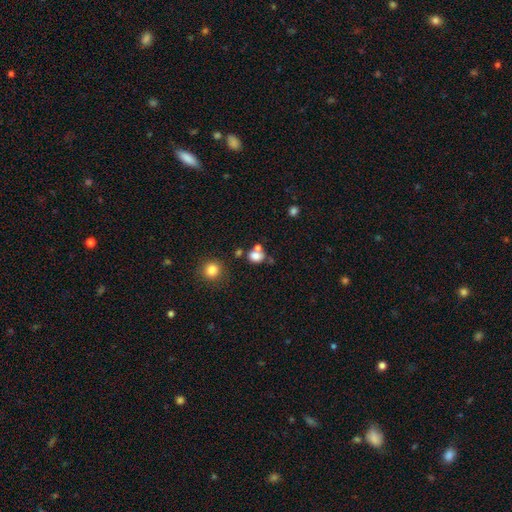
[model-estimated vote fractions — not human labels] smooth_or_featured: smooth (p=0.76) [alt: star or artifact p=0.13]
how_rounded: in between (p=0.54) [alt: round p=0.45]
merging: none (p=0.45) [alt: merger p=0.34]